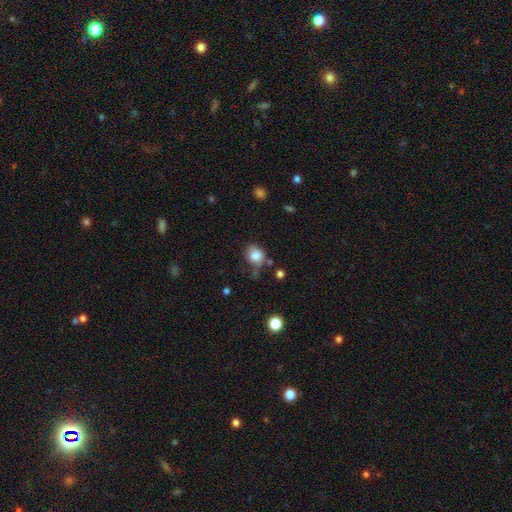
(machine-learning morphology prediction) A smooth galaxy with no disk features (82%) that is round (63%).

Vote fractions:
- Smooth or featured? smooth: 82% / star or artifact: 10% / featured or disk: 8%
- How rounded? round: 63% / in between: 36% / cigar-shaped: 1%
- Merging? none: 52% / minor disturbance: 29% / major disturbance: 11% / merger: 8%